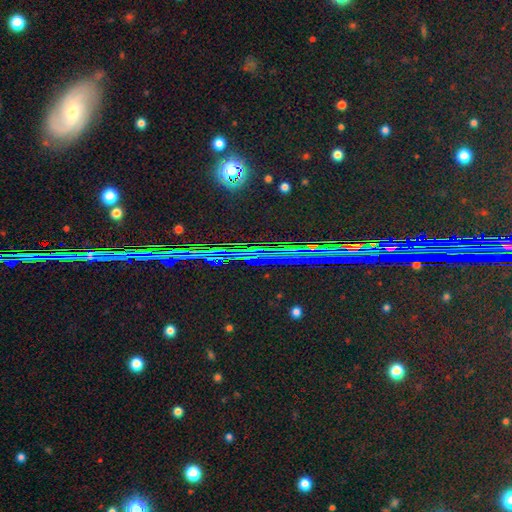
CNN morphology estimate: type=star or artifact (84%).